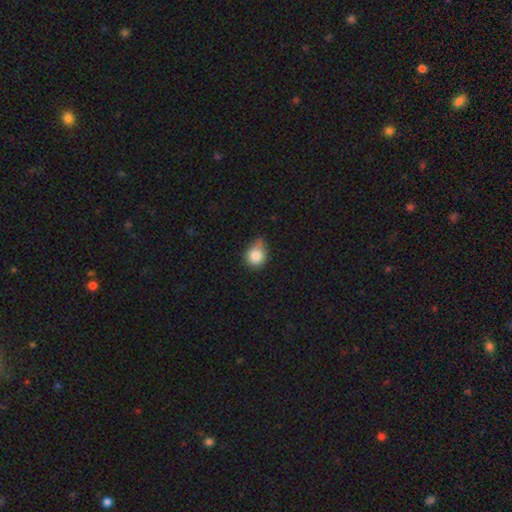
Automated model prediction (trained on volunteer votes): Morphology: type=smooth (83%); roundness=round (67%); merging=minor disturbance (46%).